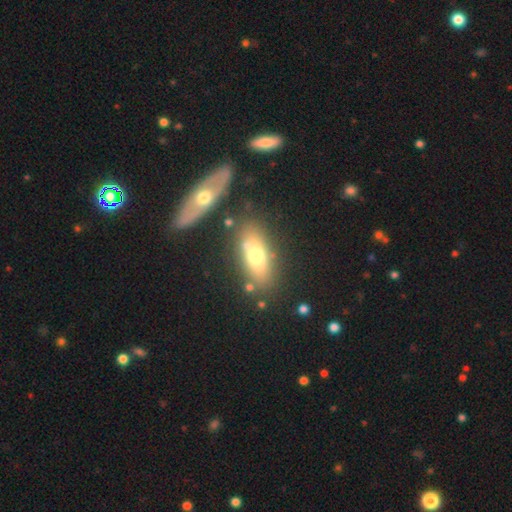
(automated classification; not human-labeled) Morphology: type=smooth (61%); roundness=in between (70%); merging=none (72%).